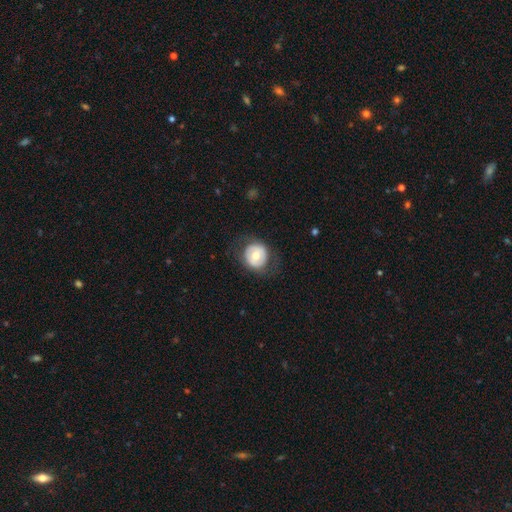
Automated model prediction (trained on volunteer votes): smooth 56%, featured or disk 37%, star or artifact 7%. Down the decision tree: how rounded — round (88%); merging — none (77%).